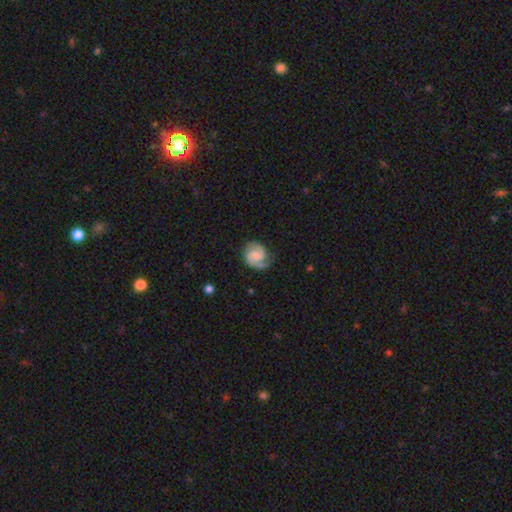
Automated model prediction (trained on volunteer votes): A featured or disk galaxy (80%) with a weak bar (48%), 2 (82%) medium (48%) spiral arms (97%) and no central bulge (35%).

Vote fractions:
- Smooth or featured? featured or disk: 80% / smooth: 15% / star or artifact: 5%
- Edge-on disk? no: 98% / yes: 2%
- Bar? weak: 48% / no: 40% / strong: 12%
- Spiral arms? yes: 97% / no: 3%
- Spiral winding? medium: 48% / tight: 36% / loose: 15%
- Spiral arm count? 2: 82% / 1: 11% / can't tell: 4% / 3: 1% / 4: 1% / more than 4: 1%
- Bulge size? none: 35% / small: 33% / moderate: 25% / large: 5% / dominant: 1%
- Merging? none: 76% / minor disturbance: 17% / major disturbance: 6% / merger: 1%